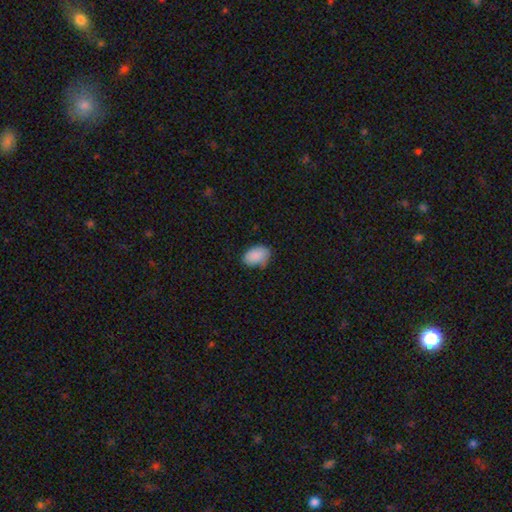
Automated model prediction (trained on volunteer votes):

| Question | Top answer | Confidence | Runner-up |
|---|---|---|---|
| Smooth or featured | smooth | 88% | star or artifact (7%) |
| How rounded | in between | 87% | round (12%) |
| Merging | none | 70% | minor disturbance (24%) |